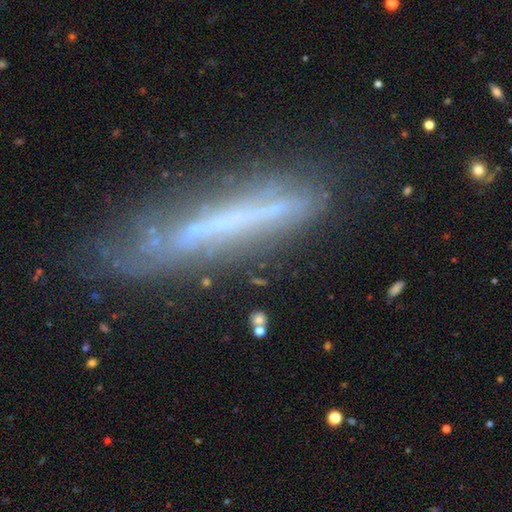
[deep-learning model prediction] Smooth or featured?
  - featured or disk: 64% *
  - smooth: 25%
  - star or artifact: 11%
Edge-on disk?
  - yes: 80% *
  - no: 20%
Edge-on bulge?
  - none: 79% *
  - rounded: 13%
  - boxy: 9%
Merging?
  - none: 62% *
  - minor disturbance: 22%
  - major disturbance: 11%
  - merger: 4%